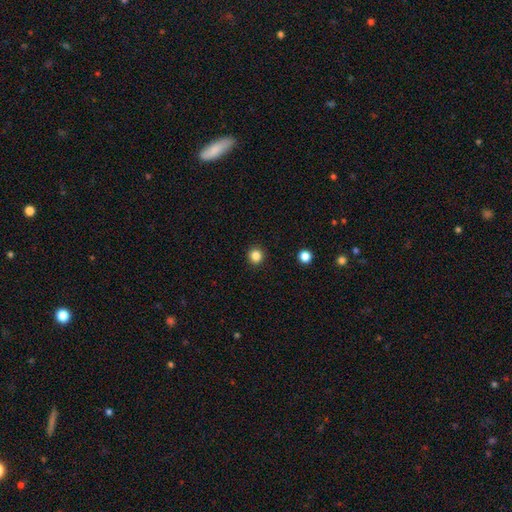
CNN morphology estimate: This appears to be a smooth galaxy with no disk features (84%) that is round (93%). Merging: none (93%).